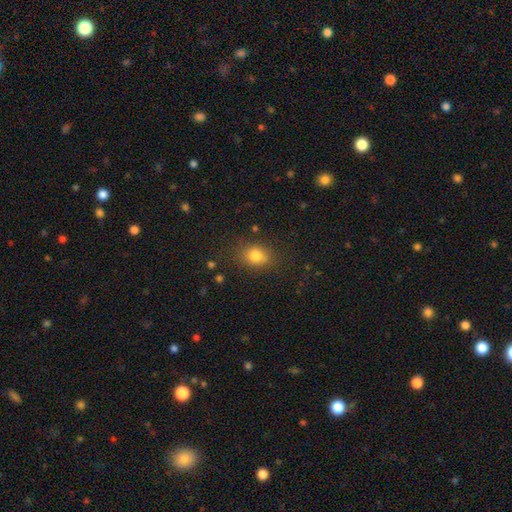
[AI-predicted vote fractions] Morphology: type=smooth (80%); roundness=in between (56%); merging=none (76%).